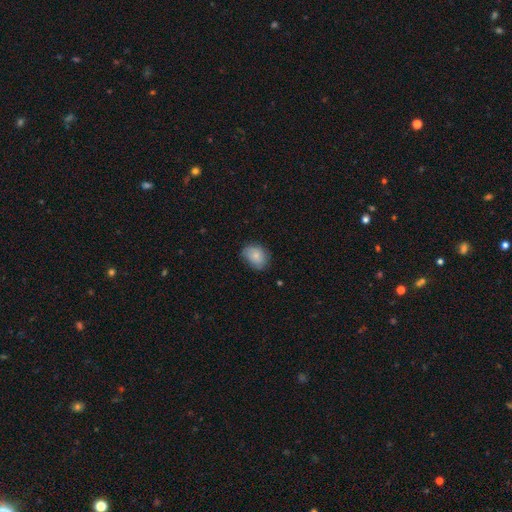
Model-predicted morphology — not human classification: smooth 82%, featured or disk 11%, star or artifact 7%. Down the decision tree: how rounded — in between (67%); merging — none (71%).